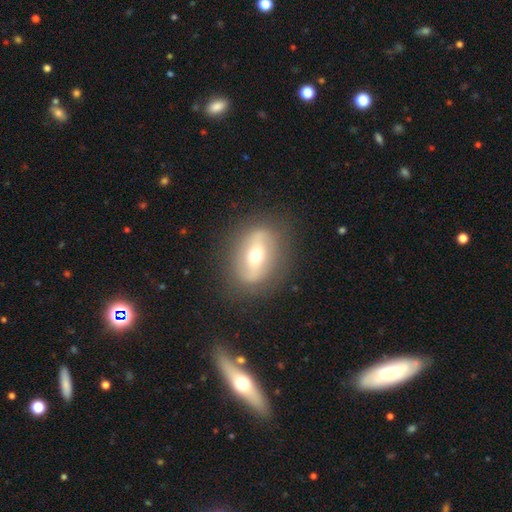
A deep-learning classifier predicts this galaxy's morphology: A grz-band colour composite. It shows a featured or disk galaxy (62%) with a strong bar (44%), spiral arms (52%) and a moderate central bulge (66%). Merging: none (79%).